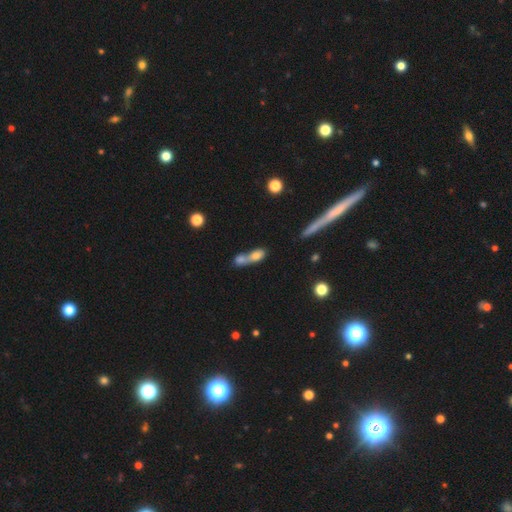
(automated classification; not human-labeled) Smooth or featured? Predicted: smooth (p=0.67). How rounded? Predicted: in between (p=0.55). Merging? Predicted: merger (p=0.72).